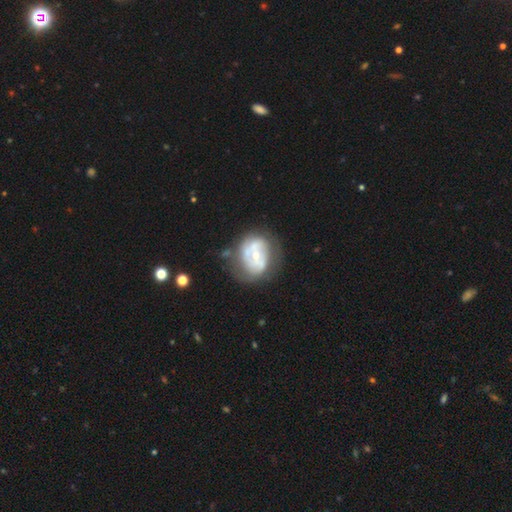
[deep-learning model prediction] Smooth or featured?
  - featured or disk: 67% *
  - smooth: 27%
  - star or artifact: 6%
Edge-on disk?
  - no: 97% *
  - yes: 3%
Bar?
  - no: 60% *
  - weak: 27%
  - strong: 13%
Spiral arms?
  - no: 51% *
  - yes: 49%
Bulge size?
  - small: 52% *
  - moderate: 43%
  - large: 2%
  - none: 2%
  - dominant: 1%
Merging?
  - none: 49% *
  - minor disturbance: 27%
  - major disturbance: 18%
  - merger: 7%